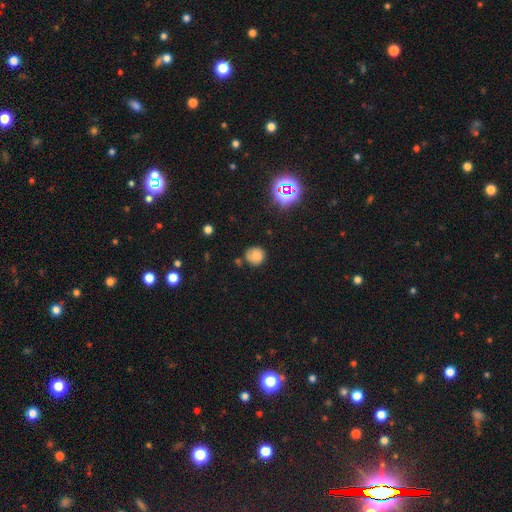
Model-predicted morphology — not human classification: A smooth galaxy with no disk features (72%) that is round (88%). Merging: none (69%).